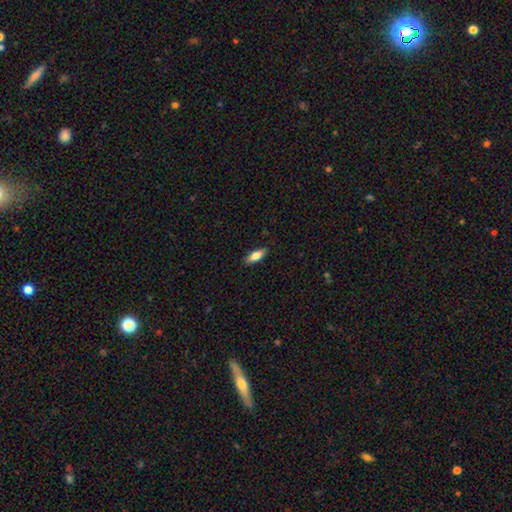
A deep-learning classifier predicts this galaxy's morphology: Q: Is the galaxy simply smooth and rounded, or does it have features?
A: smooth — 79%.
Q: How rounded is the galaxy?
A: in between — 69%.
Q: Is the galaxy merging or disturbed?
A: none — 88%.